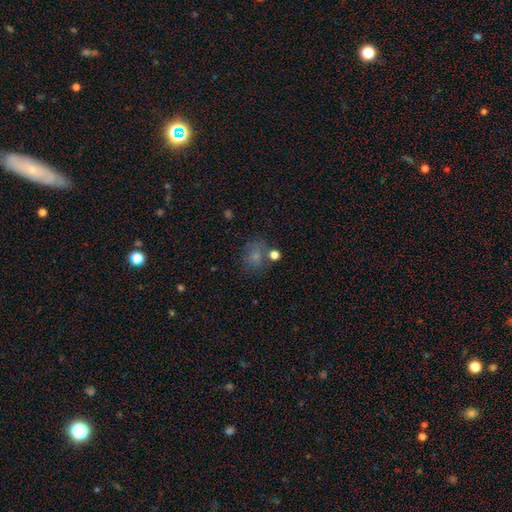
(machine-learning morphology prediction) The model was most divided on "how rounded": round: 67%, in between: 31%, cigar-shaped: 1%. More confident: smooth or featured — smooth (69%); merging — none (62%).